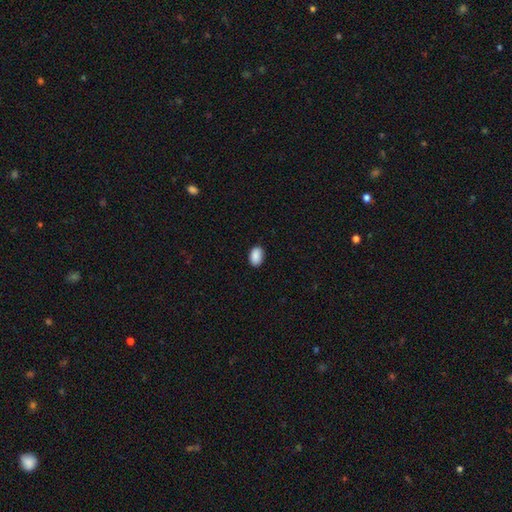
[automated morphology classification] Q: Smooth or featured?
A: smooth (90%); runner-up: star or artifact (7%)
Q: How rounded?
A: in between (88%); runner-up: round (11%)
Q: Merging?
A: none (88%); runner-up: minor disturbance (9%)